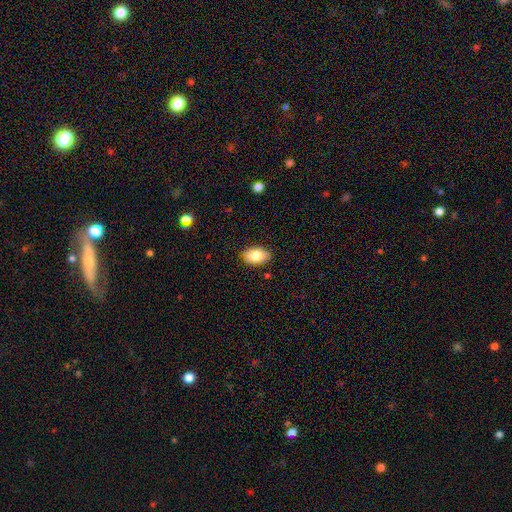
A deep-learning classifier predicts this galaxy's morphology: smooth_or_featured: smooth (p=0.83) [alt: featured or disk p=0.10]
how_rounded: in between (p=0.91) [alt: round p=0.08]
merging: none (p=0.86) [alt: minor disturbance p=0.11]